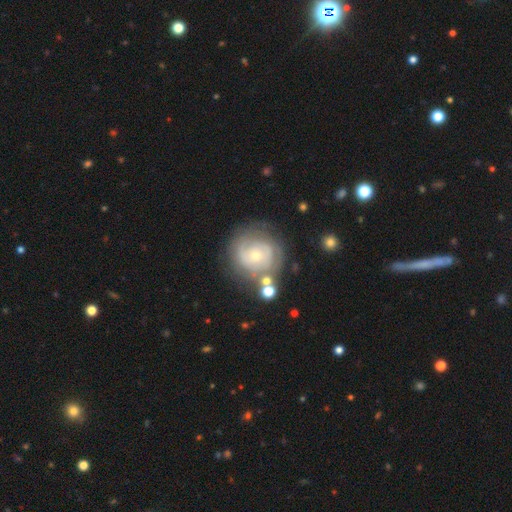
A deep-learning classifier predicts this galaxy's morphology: Smooth or featured?
  - featured or disk: 68% *
  - smooth: 24%
  - star or artifact: 7%
Edge-on disk?
  - no: 98% *
  - yes: 2%
Bar?
  - no: 77% *
  - weak: 19%
  - strong: 4%
Spiral arms?
  - yes: 77% *
  - no: 23%
Spiral winding?
  - tight: 63% *
  - medium: 27%
  - loose: 10%
Spiral arm count?
  - can't tell: 42% *
  - 2: 32%
  - 3: 12%
  - 1: 6%
  - 4: 5%
  - more than 4: 4%
Bulge size?
  - small: 66% *
  - moderate: 29%
  - large: 2%
  - none: 1%
  - dominant: 1%
Merging?
  - none: 66% *
  - minor disturbance: 17%
  - major disturbance: 10%
  - merger: 6%